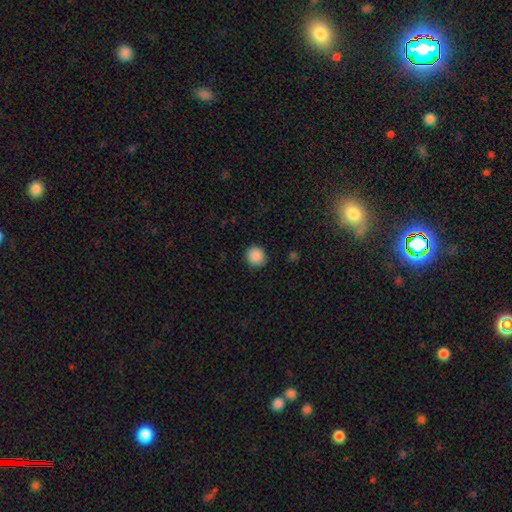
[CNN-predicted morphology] This appears to be a smooth galaxy with no disk features (89%) that is round (93%). Merging: none (90%).